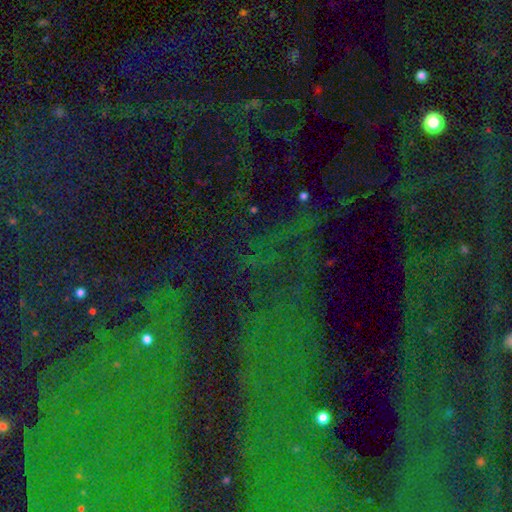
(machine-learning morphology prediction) The model was most divided on "smooth or featured": star or artifact: 80%, smooth: 10%, featured or disk: 9%.